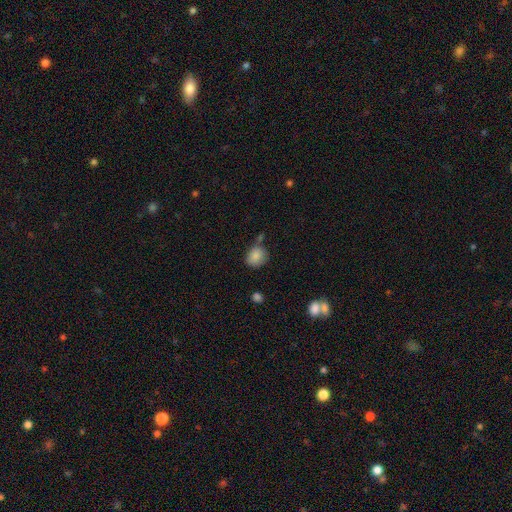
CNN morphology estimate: A smooth galaxy with no disk features (86%) that is round (69%).

Vote fractions:
- Smooth or featured? smooth: 86% / star or artifact: 8% / featured or disk: 6%
- How rounded? round: 69% / in between: 30% / cigar-shaped: 1%
- Merging? none: 63% / minor disturbance: 21% / merger: 11% / major disturbance: 6%